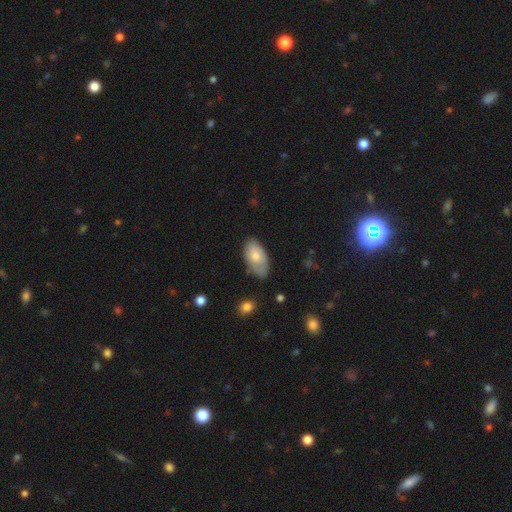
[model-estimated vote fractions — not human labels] smooth_or_featured: smooth (p=0.74) [alt: featured or disk p=0.20]
how_rounded: in between (p=0.94) [alt: round p=0.03]
merging: none (p=0.61) [alt: minor disturbance p=0.30]